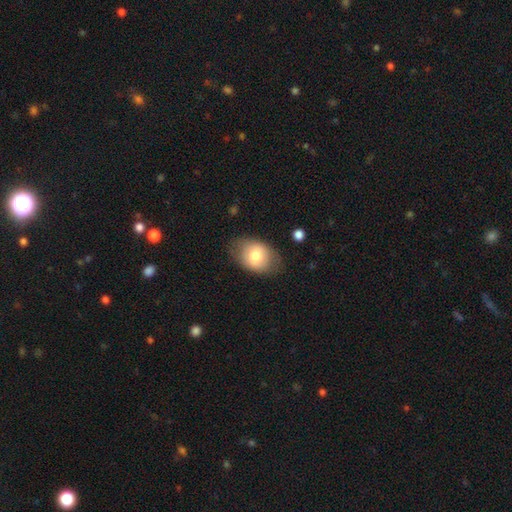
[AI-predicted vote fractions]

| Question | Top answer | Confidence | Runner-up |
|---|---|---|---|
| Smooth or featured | smooth | 72% | featured or disk (21%) |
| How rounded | in between | 76% | round (23%) |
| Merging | none | 73% | minor disturbance (19%) |